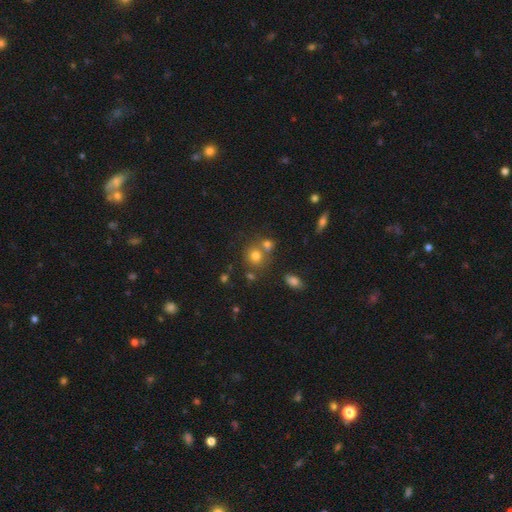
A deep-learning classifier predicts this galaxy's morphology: A smooth galaxy with no disk features (74%) that is round (79%). Merging: none (56%).